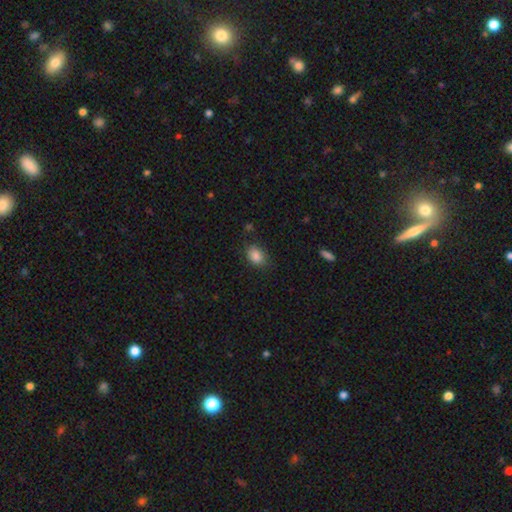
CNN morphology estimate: type=smooth (86%); roundness=in between (75%); merging=none (75%).